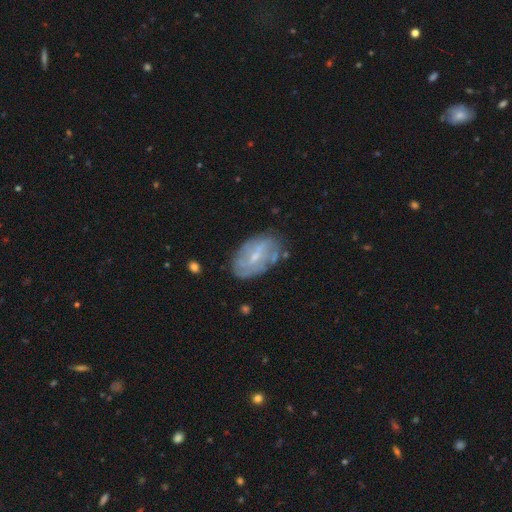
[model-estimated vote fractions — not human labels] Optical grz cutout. It shows a featured or disk galaxy (66%) with a weak bar (55%), spiral arms (71%) and a small central bulge (63%). Merging: none (69%).